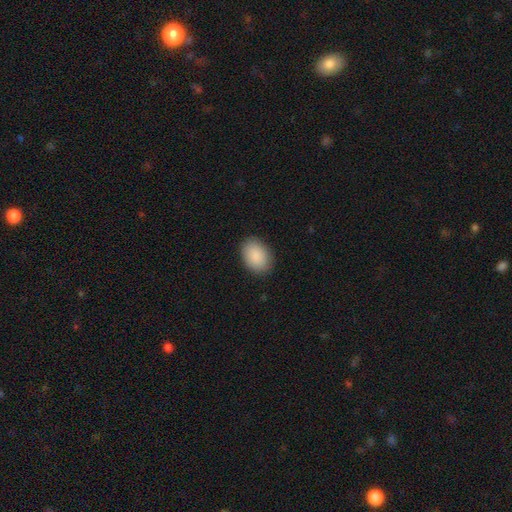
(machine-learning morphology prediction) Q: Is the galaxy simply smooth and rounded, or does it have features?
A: smooth — 90%.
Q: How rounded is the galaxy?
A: in between — 80%.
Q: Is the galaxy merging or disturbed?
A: none — 87%.